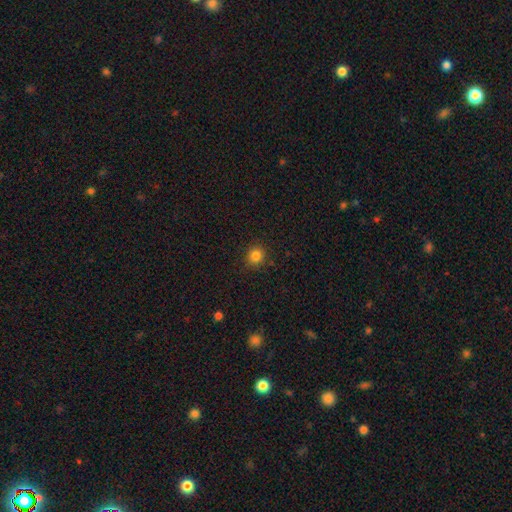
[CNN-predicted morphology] smooth 83%, star or artifact 13%, featured or disk 5%. Down the decision tree: how rounded — round (88%); merging — none (89%).